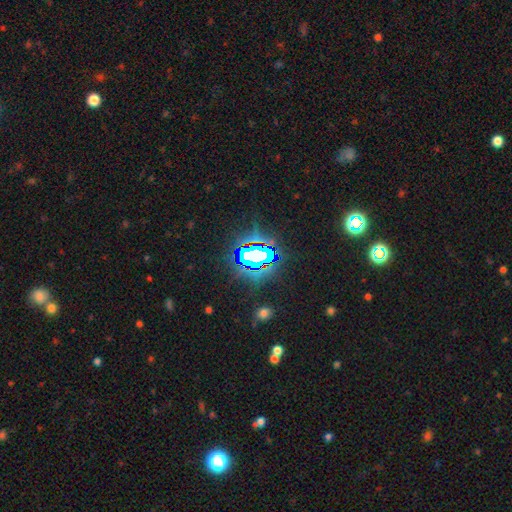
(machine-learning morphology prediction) Smooth or featured: star or artifact — 72% (smooth — 14%)